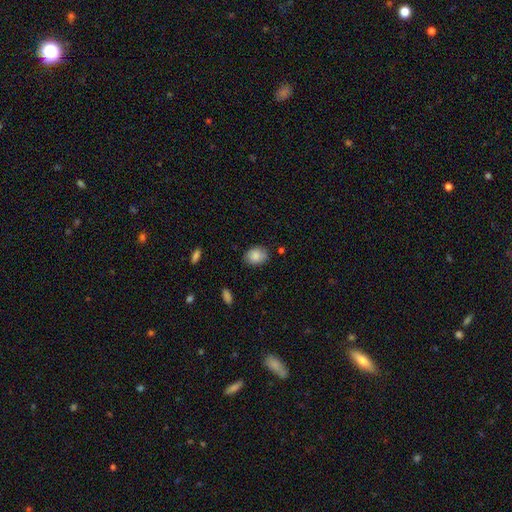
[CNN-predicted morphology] A smooth galaxy with no disk features (85%) that is in between round and cigar-shaped (70%).

Vote fractions:
- Smooth or featured? smooth: 85% / star or artifact: 8% / featured or disk: 7%
- How rounded? in between: 70% / round: 29% / cigar-shaped: 1%
- Merging? none: 80% / minor disturbance: 16% / major disturbance: 3% / merger: 2%